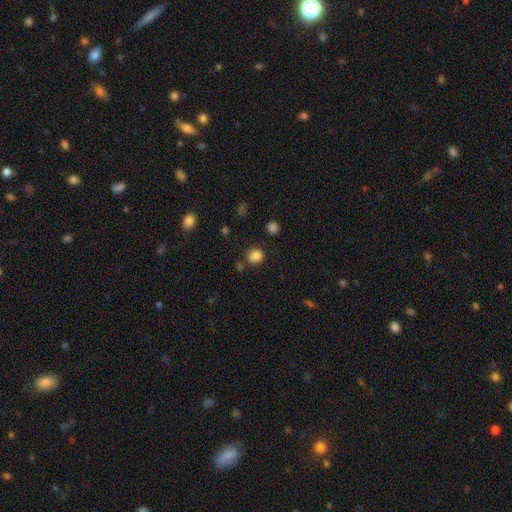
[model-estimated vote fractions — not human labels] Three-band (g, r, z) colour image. It shows a smooth galaxy with no disk features (84%) that is round (77%). Merging: none (77%).